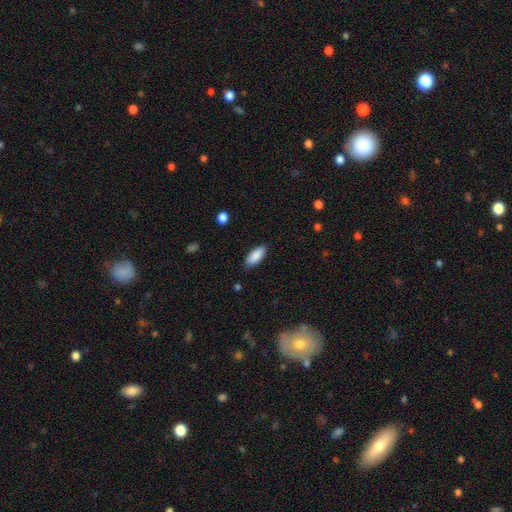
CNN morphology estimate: Overall: smooth (89%). How rounded: in between (84%). Merging: none (86%).